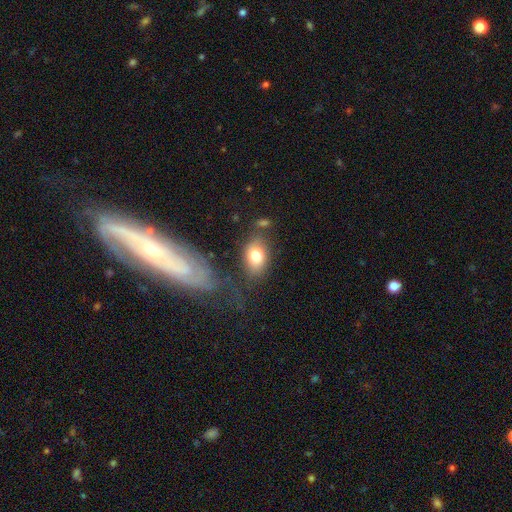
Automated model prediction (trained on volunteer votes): Smooth or featured: smooth — 78% (featured or disk — 14%)
How rounded: in between — 79% (round — 19%)
Merging: none — 69% (minor disturbance — 17%)